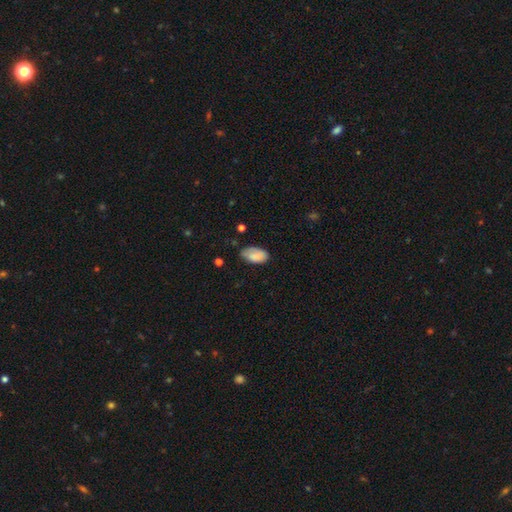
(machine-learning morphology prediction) Smooth or featured? smooth (82%)
How rounded? in between (94%)
Merging? none (61%)